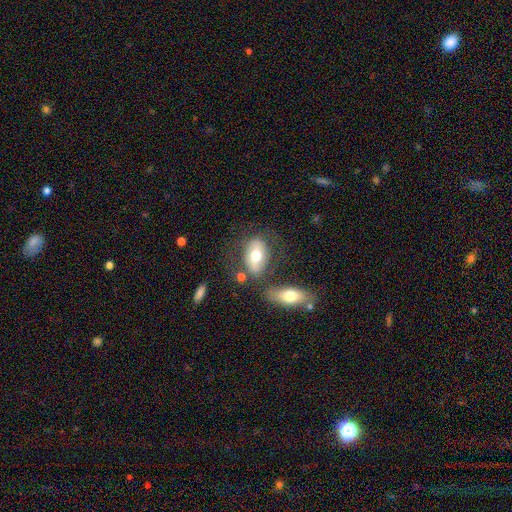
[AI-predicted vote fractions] Smooth or featured? smooth (60%)
How rounded? in between (86%)
Merging? none (60%)